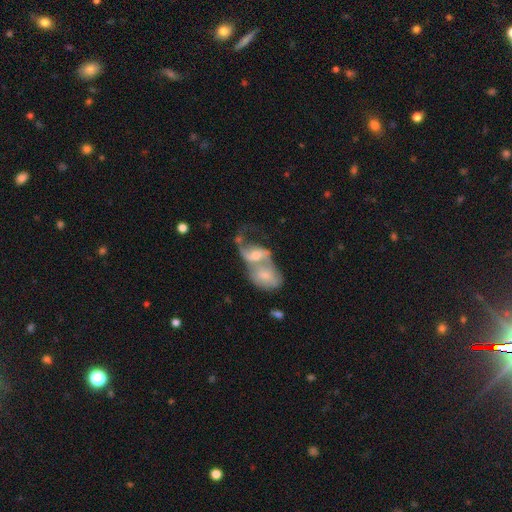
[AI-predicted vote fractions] smooth-or-featured: featured or disk: 67% | smooth: 21% | star or artifact: 11%
  disk-edge-on: no: 94% | yes: 6%
    bar: no: 54% | weak: 34% | strong: 11%
    has-spiral-arms: yes: 77% | no: 23%
    bulge-size: moderate: 47% | small: 40% | none: 7% | large: 4% | dominant: 2%
  merging: merger: 72% | none: 15% | major disturbance: 7% | minor disturbance: 6%